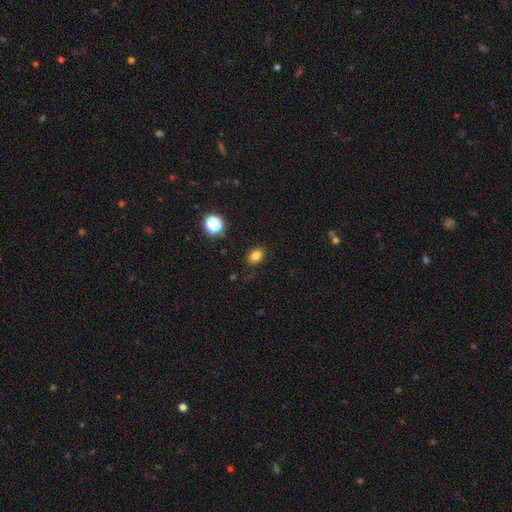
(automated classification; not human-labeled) Smooth or featured?
  - smooth: 81% *
  - star or artifact: 13%
  - featured or disk: 6%
How rounded?
  - in between: 65% *
  - round: 34%
  - cigar-shaped: 1%
Merging?
  - none: 84% *
  - minor disturbance: 11%
  - major disturbance: 3%
  - merger: 1%